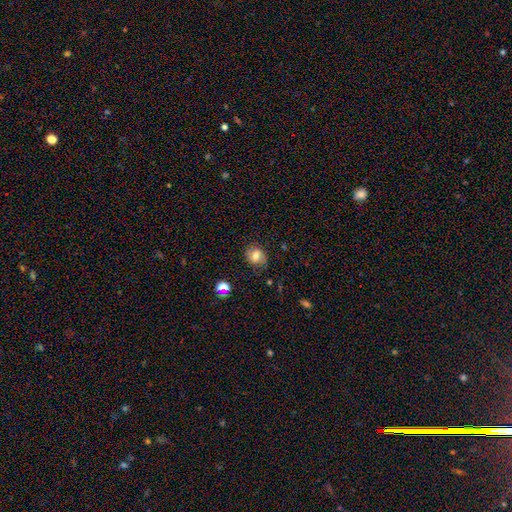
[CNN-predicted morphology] Smooth or featured: smooth — 66% (featured or disk — 22%)
How rounded: round — 55% (in between — 43%)
Merging: none — 79% (minor disturbance — 15%)